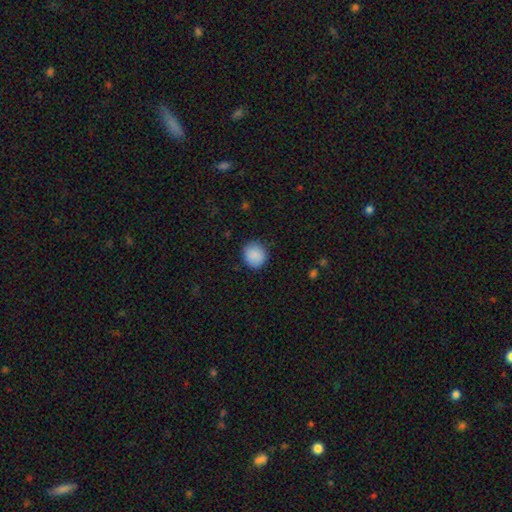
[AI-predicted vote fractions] smooth 89%, star or artifact 8%, featured or disk 3%. Down the decision tree: how rounded — round (89%); merging — none (87%).